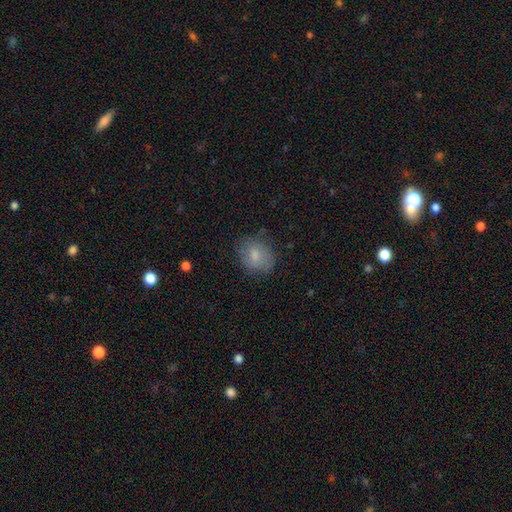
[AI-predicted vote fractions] Q: Smooth or featured?
A: smooth (77%); runner-up: featured or disk (15%)
Q: How rounded?
A: round (51%); runner-up: in between (48%)
Q: Merging?
A: none (71%); runner-up: minor disturbance (21%)